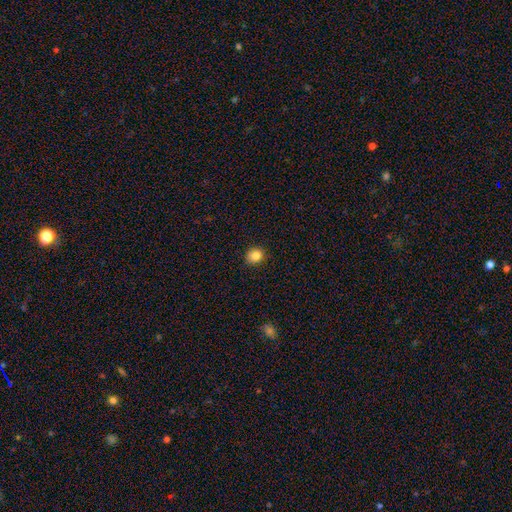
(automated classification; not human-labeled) The model was most divided on "how rounded": round: 80%, in between: 19%, cigar-shaped: 1%. More confident: merging — none (88%); smooth or featured — smooth (83%).